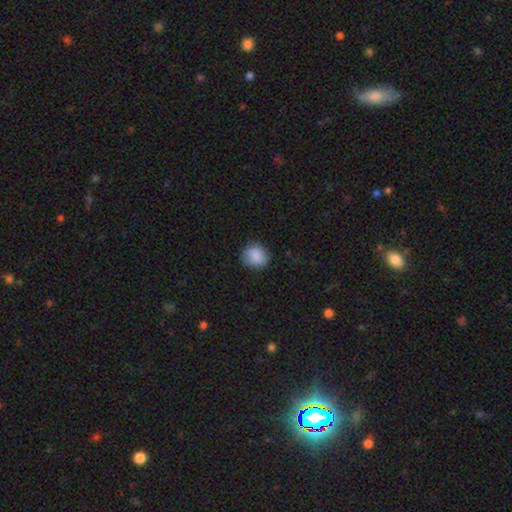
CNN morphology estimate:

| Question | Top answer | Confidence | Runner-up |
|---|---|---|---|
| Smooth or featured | smooth | 84% | featured or disk (8%) |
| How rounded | round | 78% | in between (21%) |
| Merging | none | 80% | minor disturbance (15%) |